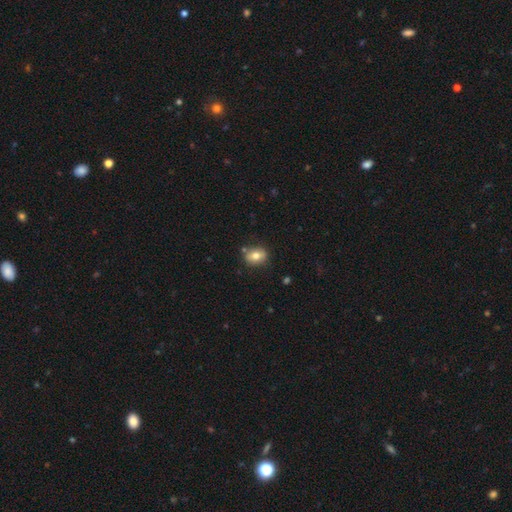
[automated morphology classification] A smooth galaxy with no disk features (73%) that is in between round and cigar-shaped (60%).

Vote fractions:
- Smooth or featured? smooth: 73% / featured or disk: 19% / star or artifact: 9%
- How rounded? in between: 60% / round: 38% / cigar-shaped: 2%
- Merging? none: 80% / minor disturbance: 12% / merger: 4% / major disturbance: 3%